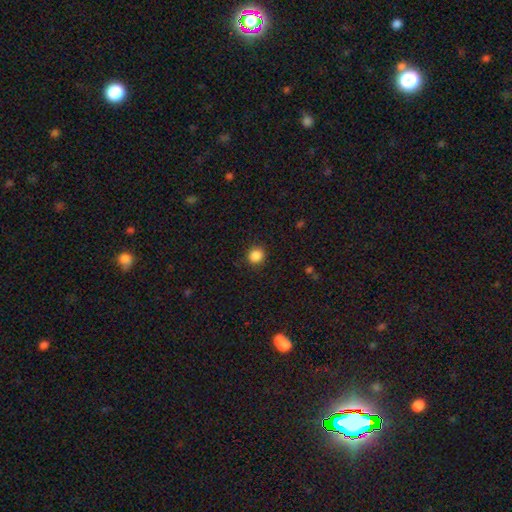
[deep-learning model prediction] This is clearly a smooth galaxy (86%). How rounded: clearly round (83%). Merging: clearly none (88%).